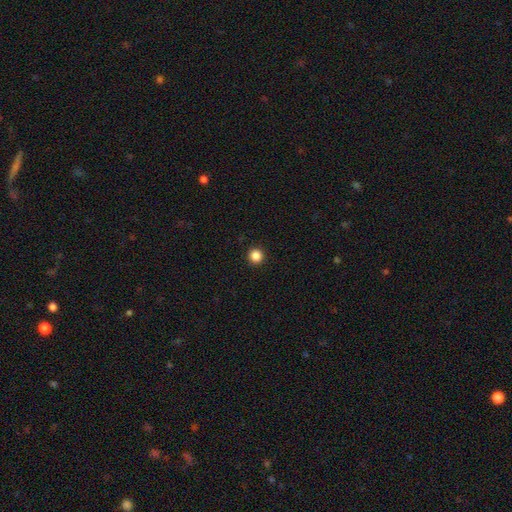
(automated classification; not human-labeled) smooth-or-featured: smooth: 86% | star or artifact: 11% | featured or disk: 3%
  how-rounded: round: 95% | in between: 4% | cigar-shaped: 1%
  merging: none: 94% | minor disturbance: 4% | major disturbance: 1% | merger: 1%